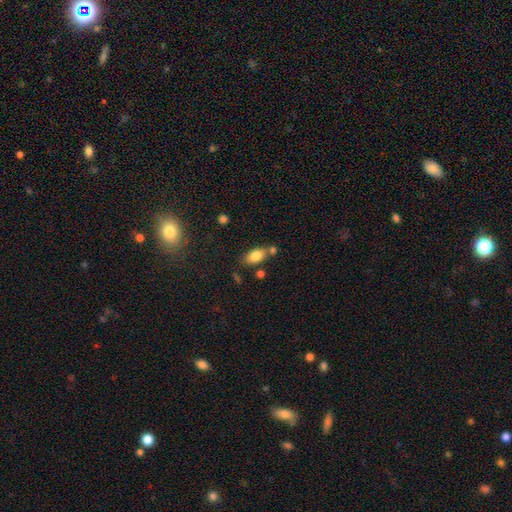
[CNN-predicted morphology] smooth-or-featured: smooth: 81% | featured or disk: 11% | star or artifact: 8%
  how-rounded: in between: 89% | cigar-shaped: 6% | round: 5%
  merging: none: 63% | merger: 18% | minor disturbance: 14% | major disturbance: 4%